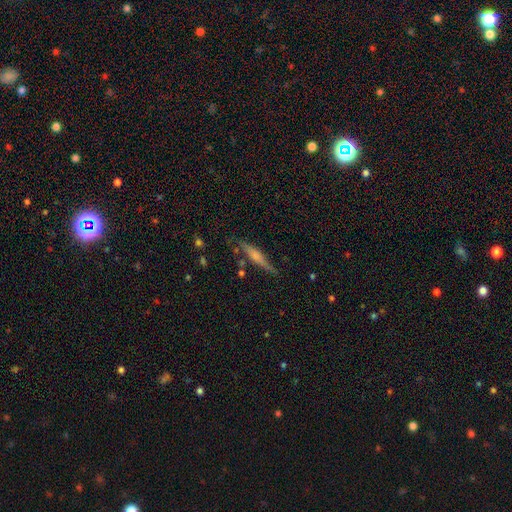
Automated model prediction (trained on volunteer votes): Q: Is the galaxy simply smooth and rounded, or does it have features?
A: featured or disk — 56%.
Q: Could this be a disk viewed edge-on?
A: yes — 95%.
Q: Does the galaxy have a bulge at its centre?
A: rounded — 60%.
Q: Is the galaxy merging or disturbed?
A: none — 77%.